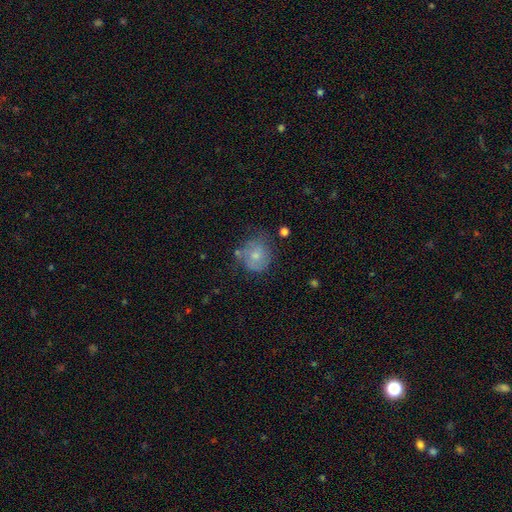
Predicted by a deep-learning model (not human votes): This appears to be a smooth galaxy with no disk features (60%) that is round (78%). Merging: none (53%).